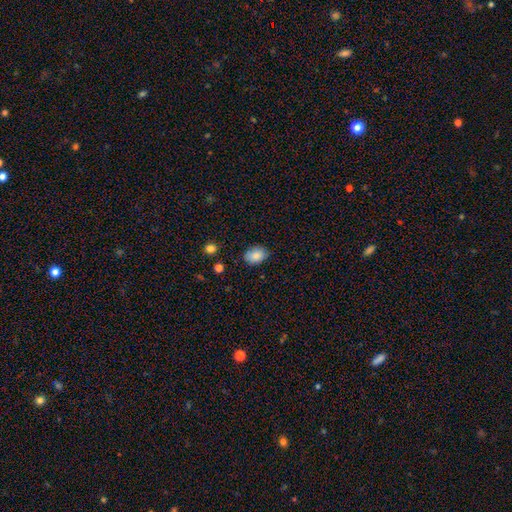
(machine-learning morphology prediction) Smooth or featured: smooth — 83% (featured or disk — 9%)
How rounded: in between — 79% (round — 20%)
Merging: none — 80% (minor disturbance — 16%)